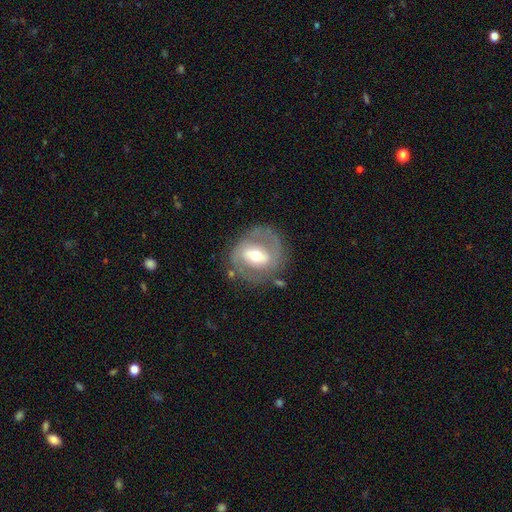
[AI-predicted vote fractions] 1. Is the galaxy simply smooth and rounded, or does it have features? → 69% featured or disk, 25% smooth, 6% star or artifact.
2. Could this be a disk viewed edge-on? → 95% no, 5% yes.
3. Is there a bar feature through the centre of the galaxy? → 41% weak, 37% strong, 22% no.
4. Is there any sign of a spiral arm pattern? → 65% yes, 35% no.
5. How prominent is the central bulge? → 69% moderate, 15% small, 14% large, 1% dominant, 1% none.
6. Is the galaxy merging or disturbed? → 73% none, 16% minor disturbance, 9% major disturbance, 3% merger.